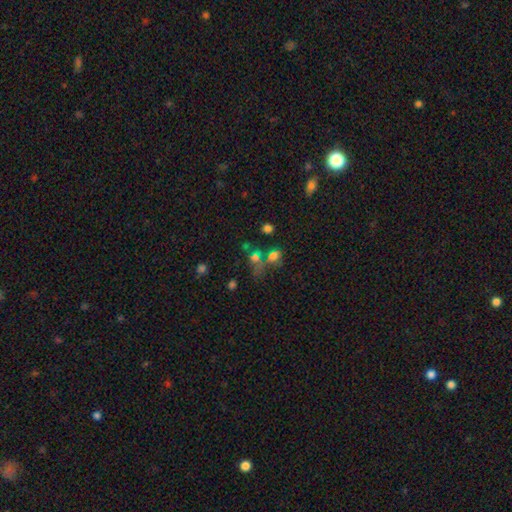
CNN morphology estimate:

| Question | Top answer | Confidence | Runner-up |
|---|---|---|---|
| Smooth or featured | smooth | 54% | star or artifact (30%) |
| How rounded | round | 55% | in between (41%) |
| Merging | merger | 39% | none (37%) |